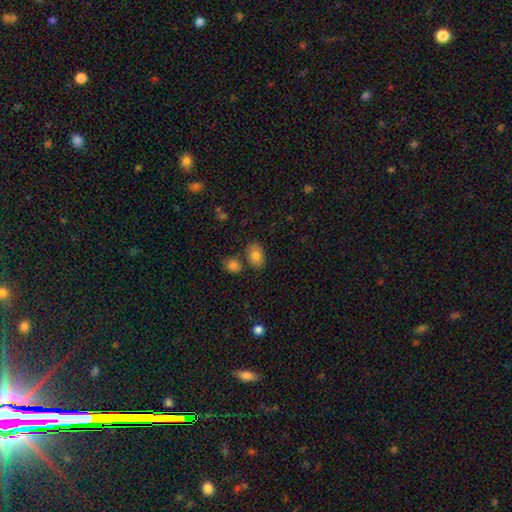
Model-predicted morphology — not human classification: Q: Smooth or featured?
A: smooth (80%); runner-up: featured or disk (11%)
Q: How rounded?
A: in between (80%); runner-up: round (18%)
Q: Merging?
A: none (73%); runner-up: minor disturbance (13%)